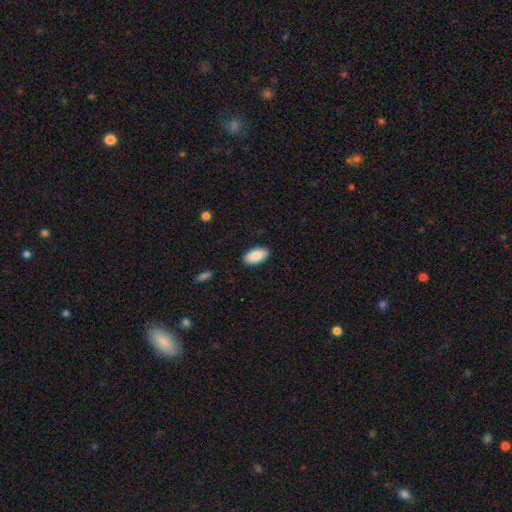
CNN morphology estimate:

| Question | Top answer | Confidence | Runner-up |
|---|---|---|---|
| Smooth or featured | smooth | 89% | star or artifact (6%) |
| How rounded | in between | 94% | cigar-shaped (4%) |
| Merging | none | 89% | minor disturbance (8%) |